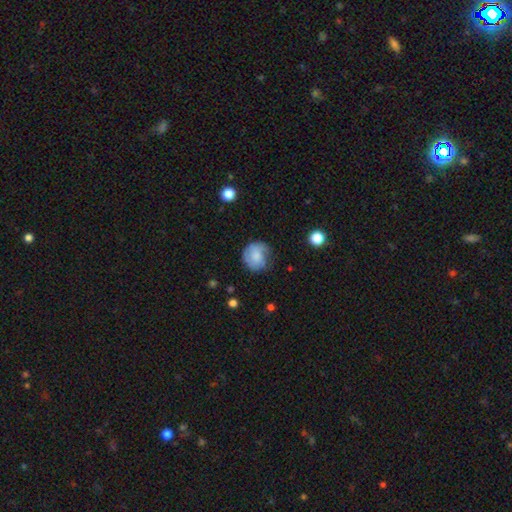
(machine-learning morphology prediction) smooth 69%, featured or disk 24%, star or artifact 8%. Down the decision tree: how rounded — round (83%); merging — none (59%).